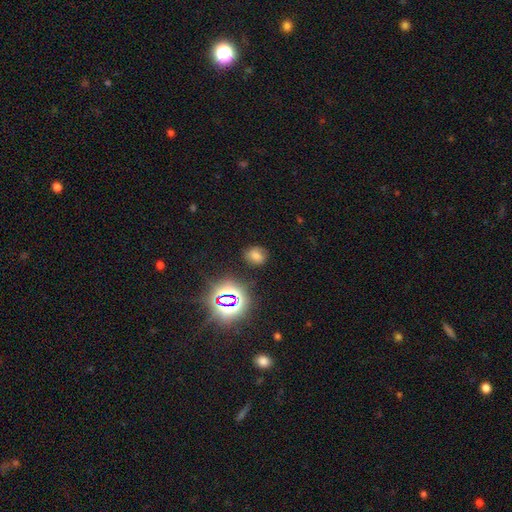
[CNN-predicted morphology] Overall: smooth (58%; star or artifact 30%). How rounded: in between (50%; round 49%). Merging: none (79%).